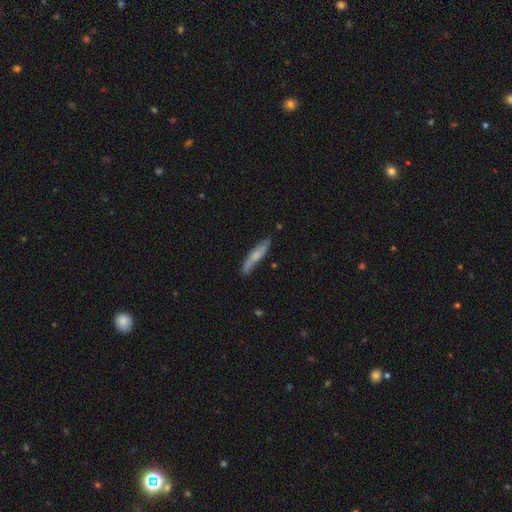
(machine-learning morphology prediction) This appears to be a smooth galaxy with no disk features (54%) that is cigar-shaped (90%). Merging: none (78%).